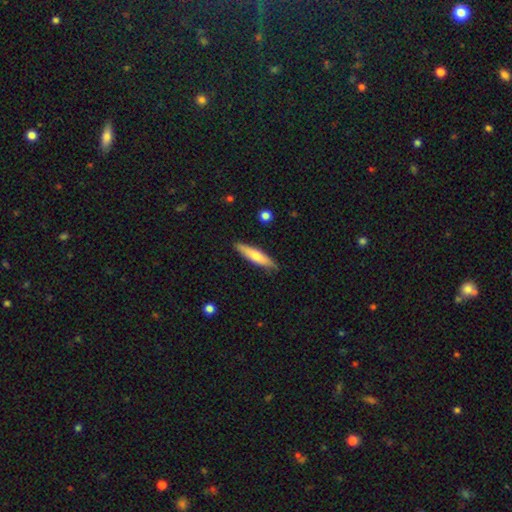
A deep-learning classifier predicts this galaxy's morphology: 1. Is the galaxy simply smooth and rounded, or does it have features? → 65% smooth, 29% featured or disk, 6% star or artifact.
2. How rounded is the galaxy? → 80% cigar-shaped, 18% in between, 2% round.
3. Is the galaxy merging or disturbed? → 85% none, 11% minor disturbance, 2% major disturbance, 1% merger.